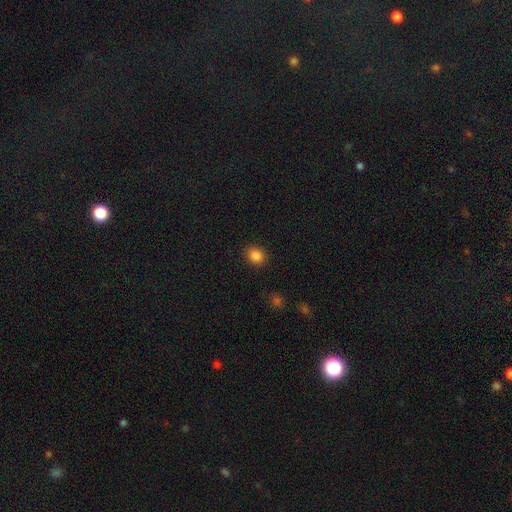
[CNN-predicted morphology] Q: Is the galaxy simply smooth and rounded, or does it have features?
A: smooth — 86%.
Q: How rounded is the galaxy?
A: round — 67%.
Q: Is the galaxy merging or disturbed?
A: none — 89%.